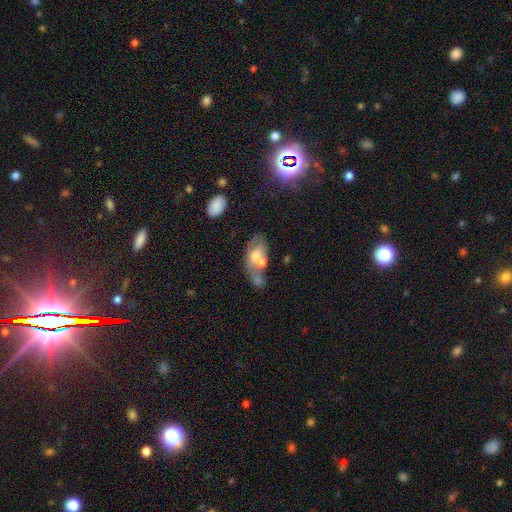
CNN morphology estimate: Smooth or featured? Predicted: smooth (p=0.47). Merging? Predicted: merger (p=0.45).